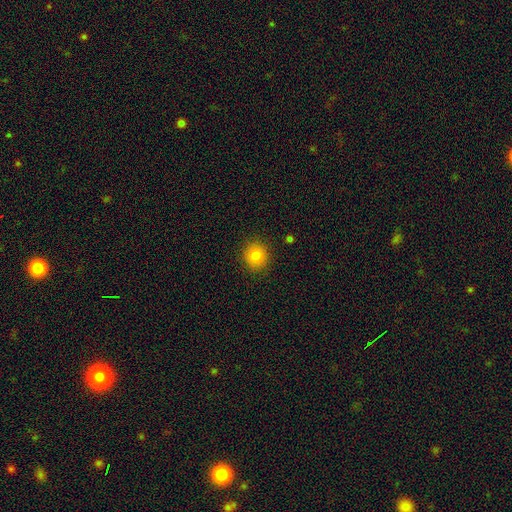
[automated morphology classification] Q: Smooth or featured?
A: smooth (82%); runner-up: star or artifact (11%)
Q: How rounded?
A: round (88%); runner-up: in between (11%)
Q: Merging?
A: none (90%); runner-up: minor disturbance (6%)